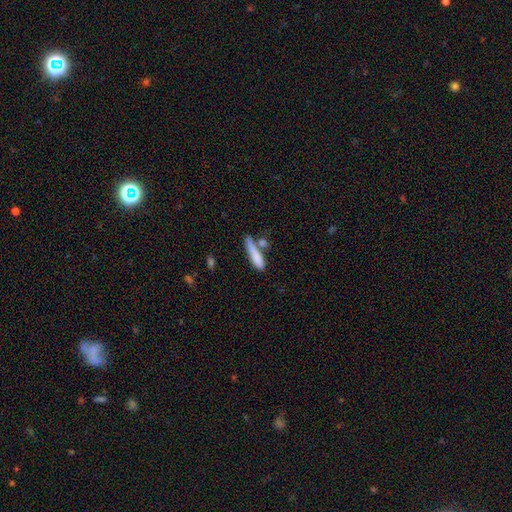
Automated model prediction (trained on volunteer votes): Smooth or featured? smooth (76%)
How rounded? cigar-shaped (81%)
Merging? none (52%)